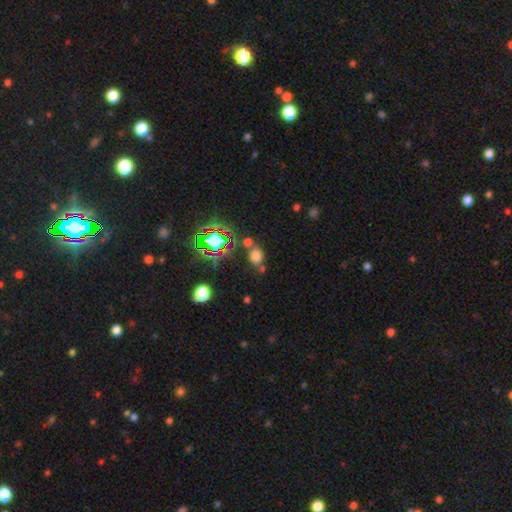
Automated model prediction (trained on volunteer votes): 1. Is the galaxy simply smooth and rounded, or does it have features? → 64% smooth, 28% star or artifact, 9% featured or disk.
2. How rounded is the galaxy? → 55% round, 43% in between, 2% cigar-shaped.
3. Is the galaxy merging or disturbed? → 62% none, 20% merger, 13% minor disturbance, 5% major disturbance.